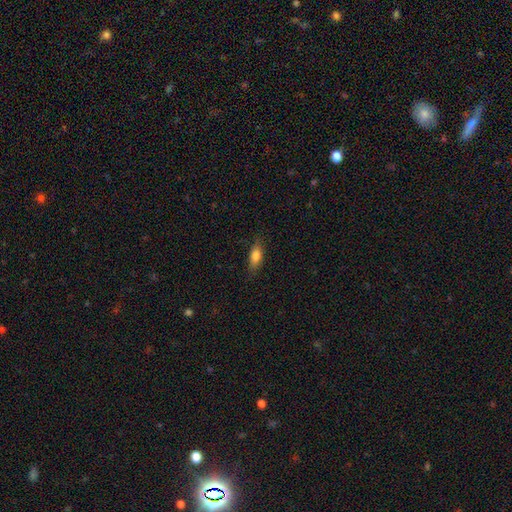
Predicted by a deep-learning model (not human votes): Smooth or featured? smooth (78%)
How rounded? in between (74%)
Merging? none (80%)